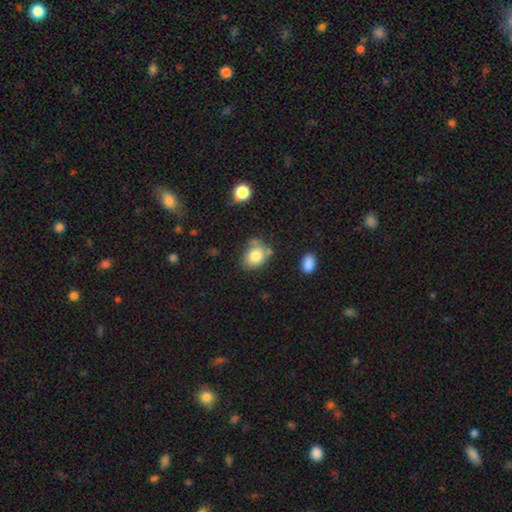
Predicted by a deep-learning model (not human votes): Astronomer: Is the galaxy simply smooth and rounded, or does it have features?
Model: smooth — 80%.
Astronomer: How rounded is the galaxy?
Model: in between — 52% (runner-up: round, 47%).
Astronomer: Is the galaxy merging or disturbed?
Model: none — 60%.